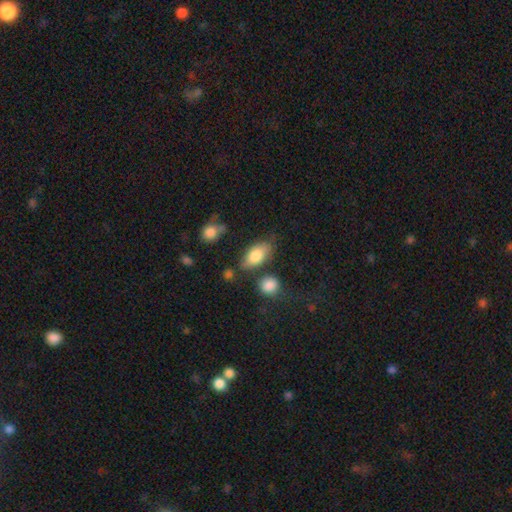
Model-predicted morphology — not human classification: A smooth galaxy with no disk features (80%) that is in between round and cigar-shaped (89%). Merging: none (66%).